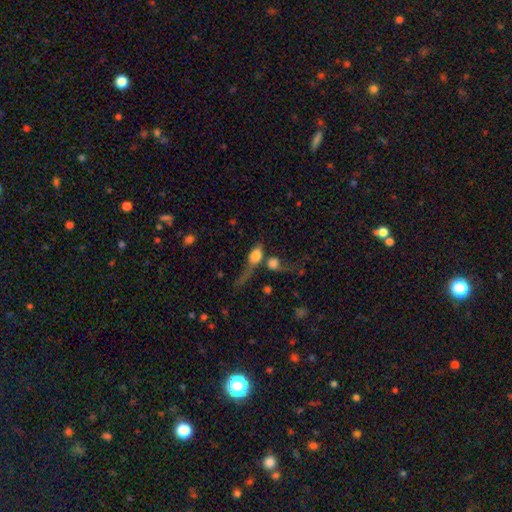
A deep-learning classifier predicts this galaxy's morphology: type=smooth (67%); roundness=in between (60%); merging=merger (47%).